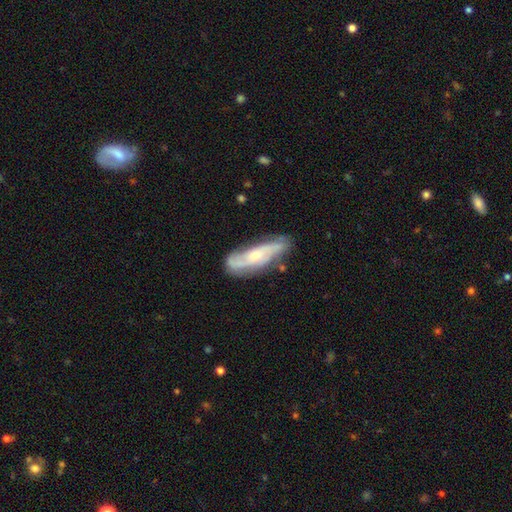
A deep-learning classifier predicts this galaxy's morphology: featured or disk 70%, smooth 24%, star or artifact 6%. Down the decision tree: edge-on disk — no (80%); bar — no (67%); spiral arms — yes (87%); bulge size — small (57%); merging — none (63%).